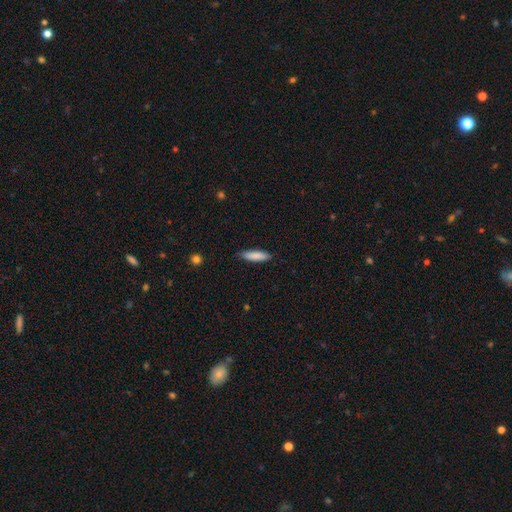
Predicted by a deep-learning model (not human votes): Smooth or featured? smooth (86%)
How rounded? cigar-shaped (69%)
Merging? none (84%)